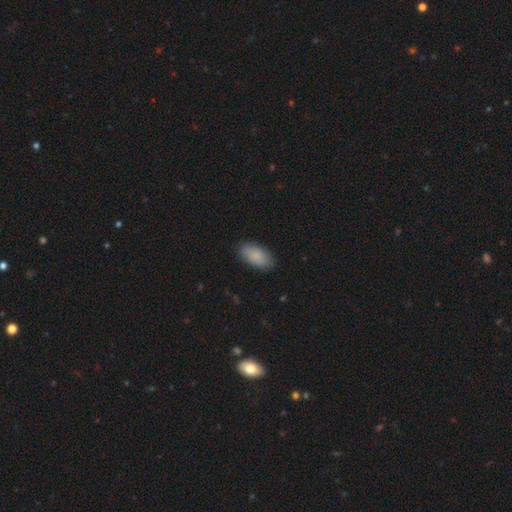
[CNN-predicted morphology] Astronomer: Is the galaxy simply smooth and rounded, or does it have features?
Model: smooth — 86%.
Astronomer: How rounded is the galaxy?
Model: in between — 93%.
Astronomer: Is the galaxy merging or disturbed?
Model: none — 85%.